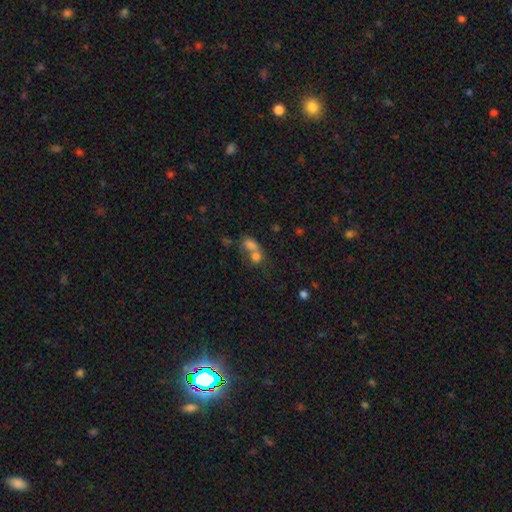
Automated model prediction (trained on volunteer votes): smooth_or_featured: smooth (p=0.74) [alt: featured or disk p=0.13]
how_rounded: in between (p=0.51) [alt: round p=0.47]
merging: merger (p=0.67) [alt: none p=0.22]